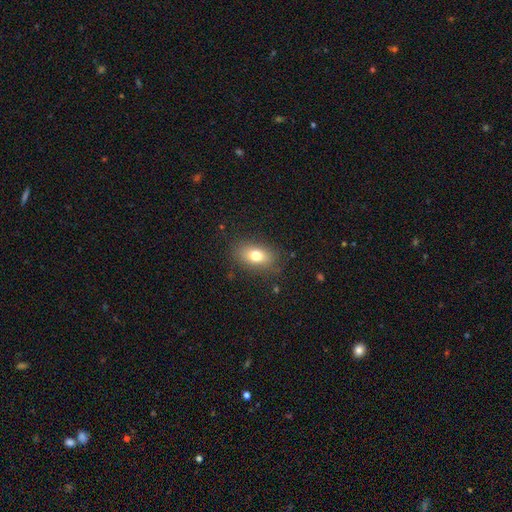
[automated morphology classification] Smooth or featured? Predicted: smooth (p=0.77). How rounded? Predicted: in between (p=0.83). Merging? Predicted: none (p=0.84).